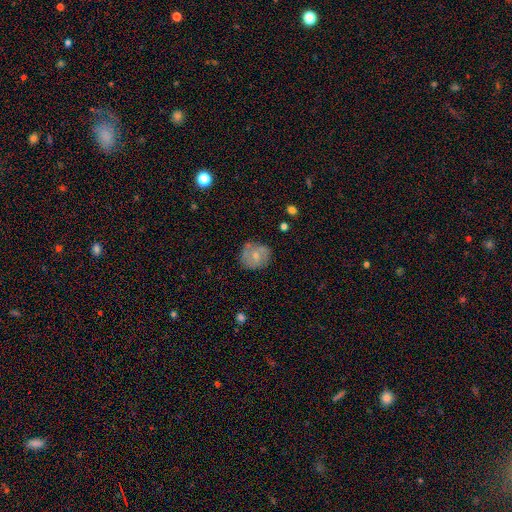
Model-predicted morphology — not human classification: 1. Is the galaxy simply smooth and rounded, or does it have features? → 53% smooth, 39% featured or disk, 8% star or artifact.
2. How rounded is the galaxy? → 75% round, 23% in between, 1% cigar-shaped.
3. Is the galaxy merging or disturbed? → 67% none, 23% minor disturbance, 7% major disturbance, 3% merger.